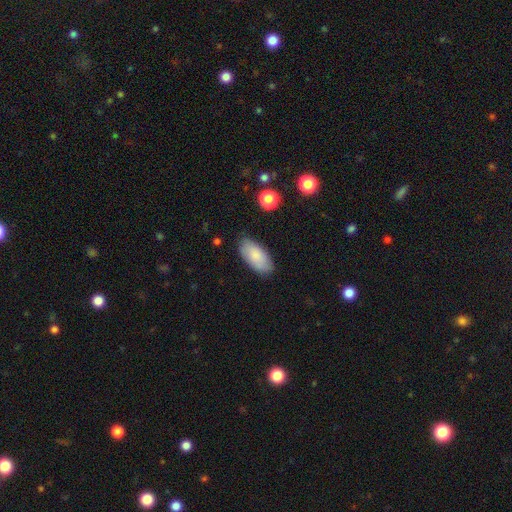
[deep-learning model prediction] A smooth galaxy with no disk features (83%) that is in between round and cigar-shaped (93%). Merging: none (83%).